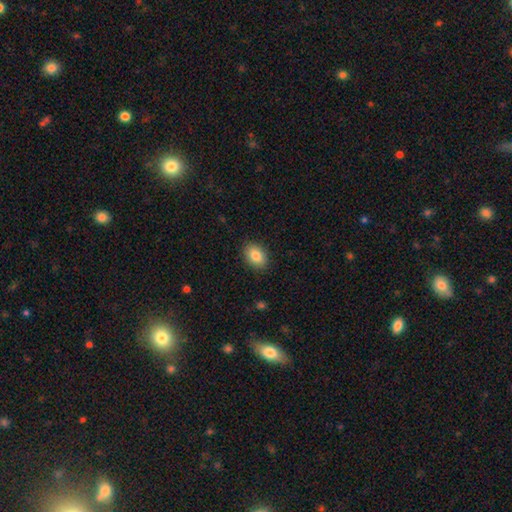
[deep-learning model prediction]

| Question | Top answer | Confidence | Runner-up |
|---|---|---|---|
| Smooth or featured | smooth | 86% | star or artifact (7%) |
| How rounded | in between | 83% | round (15%) |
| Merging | none | 88% | minor disturbance (9%) |